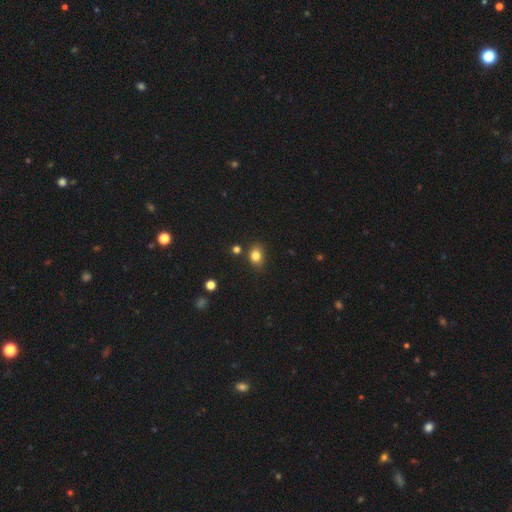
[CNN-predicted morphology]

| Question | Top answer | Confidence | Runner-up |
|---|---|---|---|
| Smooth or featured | smooth | 82% | star or artifact (12%) |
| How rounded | in between | 54% | round (45%) |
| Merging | none | 78% | minor disturbance (15%) |